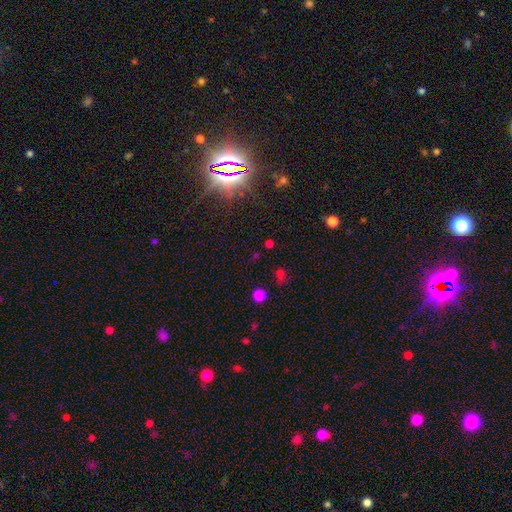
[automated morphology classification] This is possibly a star or artifact rather than a galaxy (52%).